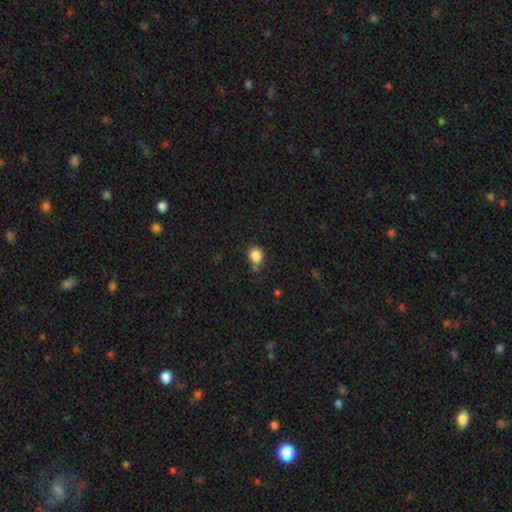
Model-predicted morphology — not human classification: A smooth galaxy with no disk features (85%) that is round (69%).

Vote fractions:
- Smooth or featured? smooth: 85% / star or artifact: 10% / featured or disk: 4%
- How rounded? round: 69% / in between: 30% / cigar-shaped: 1%
- Merging? none: 61% / minor disturbance: 28% / major disturbance: 7% / merger: 4%